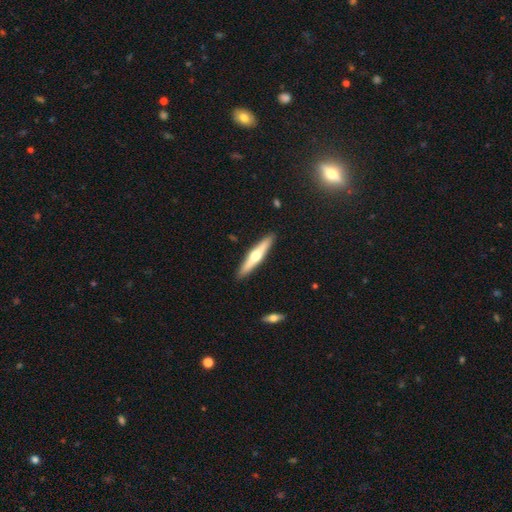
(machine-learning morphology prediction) A featured or disk galaxy (59%) viewed edge-on (96%) with a rounded central bulge (92%). Merging: none (91%).